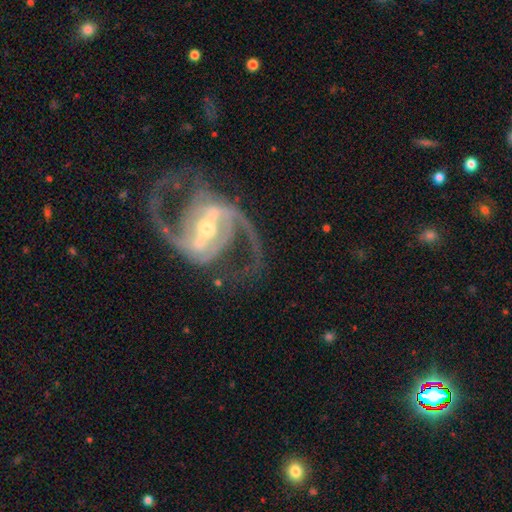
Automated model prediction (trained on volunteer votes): Smooth or featured: featured or disk — 92% (star or artifact — 6%)
Edge-on disk: no — 97% (yes — 3%)
Bar: strong — 62% (weak — 28%)
Spiral arms: yes — 98% (no — 2%)
Spiral winding: medium — 58% (loose — 26%)
Spiral arm count: 2 — 92% (3 — 2%)
Bulge size: small — 55% (moderate — 39%)
Merging: none — 75% (minor disturbance — 12%)